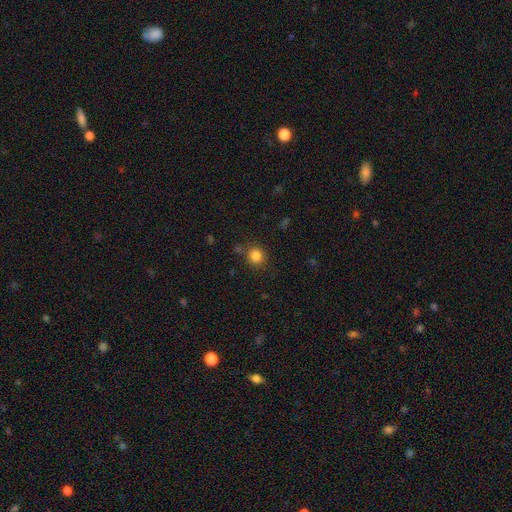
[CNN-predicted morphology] smooth 83%, star or artifact 12%, featured or disk 5%. Down the decision tree: how rounded — round (87%); merging — none (82%).